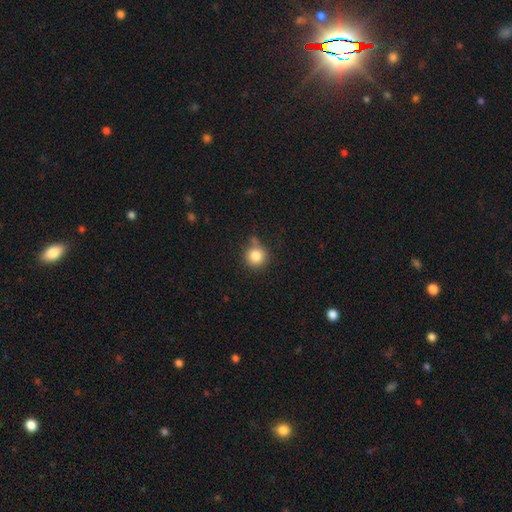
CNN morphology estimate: The model was most divided on "merging": none: 71%, minor disturbance: 16%, merger: 9%, major disturbance: 4%. More confident: how rounded — round (94%); smooth or featured — smooth (83%).